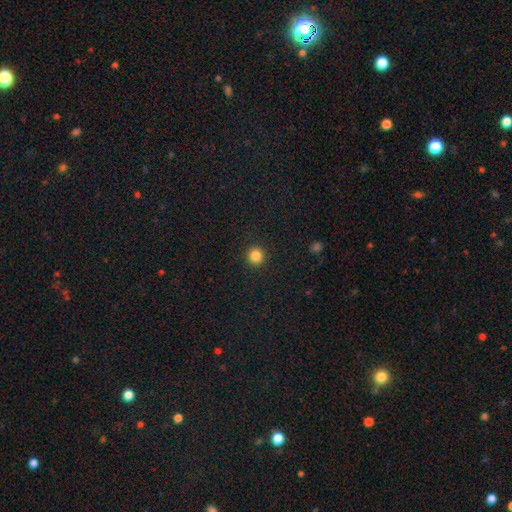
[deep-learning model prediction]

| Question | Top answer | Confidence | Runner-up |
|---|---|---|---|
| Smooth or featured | smooth | 84% | star or artifact (12%) |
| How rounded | round | 95% | in between (4%) |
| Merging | none | 93% | minor disturbance (4%) |